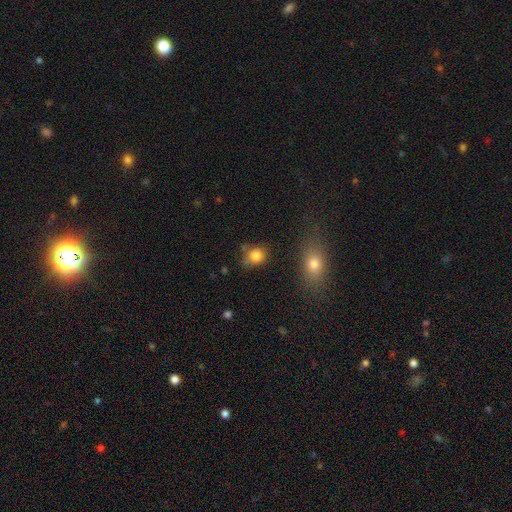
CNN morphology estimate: Overall: smooth (83%). How rounded: round (66%; in between 33%). Merging: none (67%).